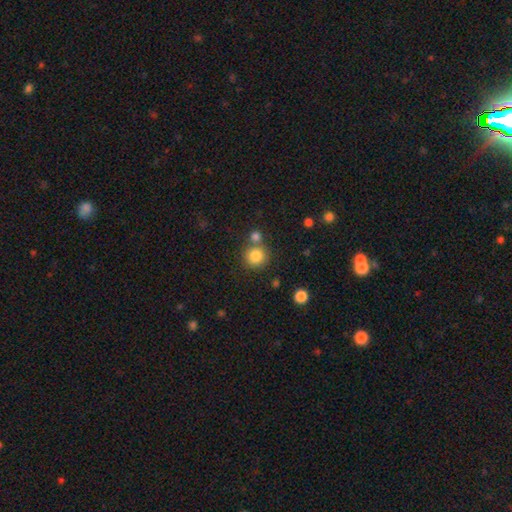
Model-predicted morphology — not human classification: Smooth or featured? Predicted: smooth (p=0.84). How rounded? Predicted: round (p=0.92). Merging? Predicted: none (p=0.68).